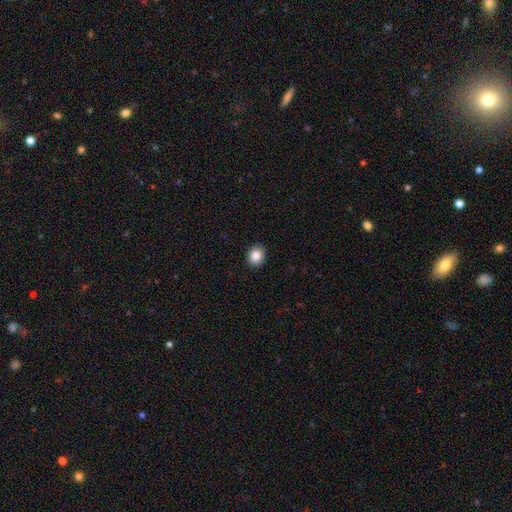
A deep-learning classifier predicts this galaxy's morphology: smooth_or_featured: smooth (p=0.85) [alt: star or artifact p=0.10]
how_rounded: round (p=0.65) [alt: in between p=0.34]
merging: none (p=0.92) [alt: minor disturbance p=0.06]